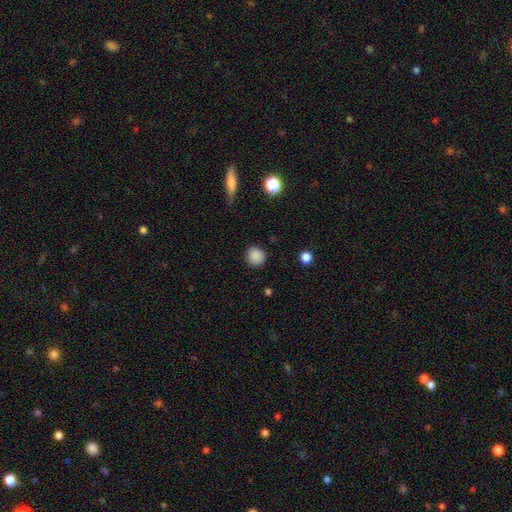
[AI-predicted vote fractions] Q: Smooth or featured?
A: smooth (87%); runner-up: star or artifact (10%)
Q: How rounded?
A: round (89%); runner-up: in between (10%)
Q: Merging?
A: none (86%); runner-up: minor disturbance (10%)